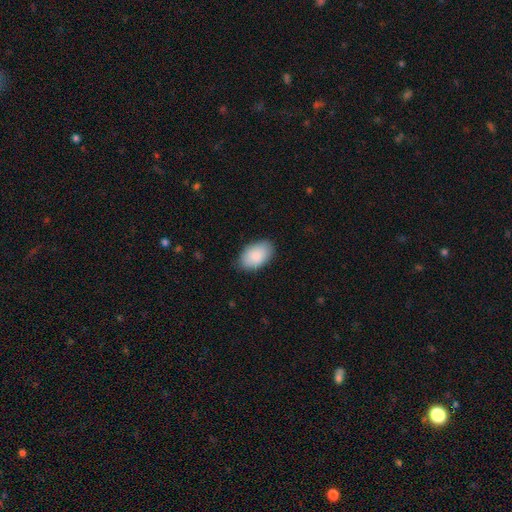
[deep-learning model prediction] Smooth or featured? Predicted: smooth (p=0.89). How rounded? Predicted: in between (p=0.93). Merging? Predicted: none (p=0.83).